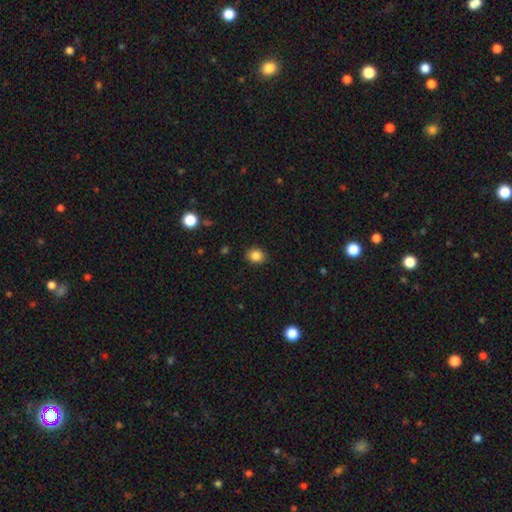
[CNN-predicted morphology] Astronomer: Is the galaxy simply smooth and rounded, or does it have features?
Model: smooth — 85%.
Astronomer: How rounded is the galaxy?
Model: round — 58% (runner-up: in between, 41%).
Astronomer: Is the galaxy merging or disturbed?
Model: none — 87%.